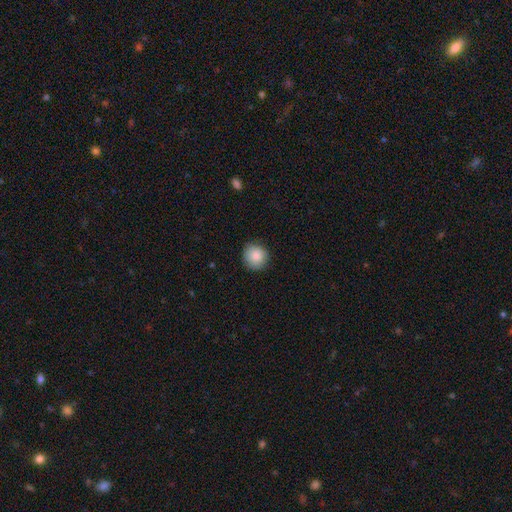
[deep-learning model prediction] The model was most divided on "merging": none: 86%, minor disturbance: 11%, major disturbance: 2%, merger: 1%. More confident: how rounded — round (89%); smooth or featured — smooth (86%).